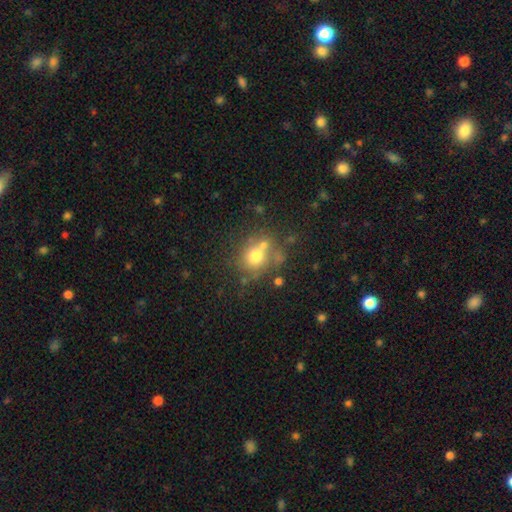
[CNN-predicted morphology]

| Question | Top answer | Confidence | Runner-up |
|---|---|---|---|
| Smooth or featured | smooth | 70% | featured or disk (15%) |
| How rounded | round | 80% | in between (19%) |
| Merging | none | 58% | merger (22%) |